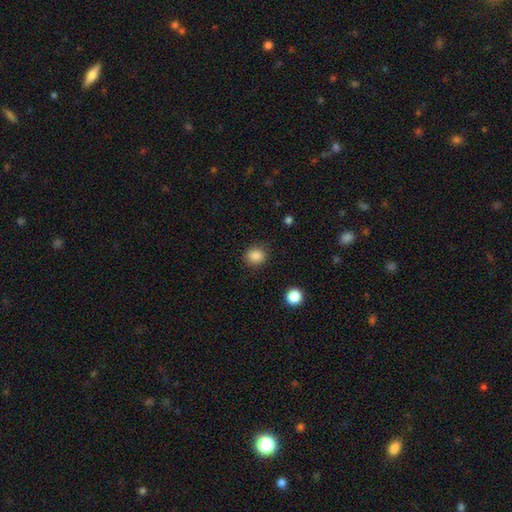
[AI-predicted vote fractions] Smooth or featured: smooth — 86% (star or artifact — 10%)
How rounded: round — 78% (in between — 21%)
Merging: none — 86% (minor disturbance — 10%)